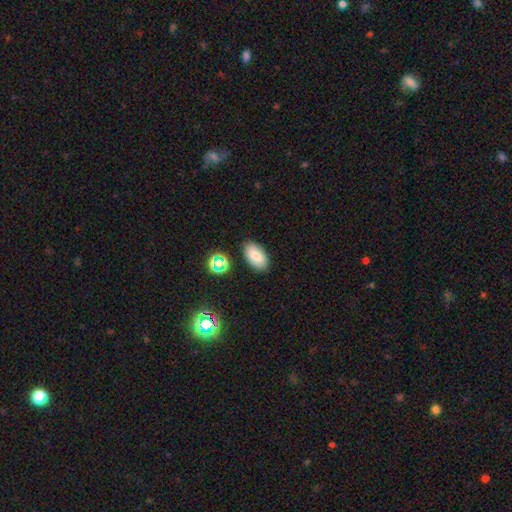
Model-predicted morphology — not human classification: A smooth galaxy with no disk features (77%) that is in between round and cigar-shaped (93%). Merging: none (85%).